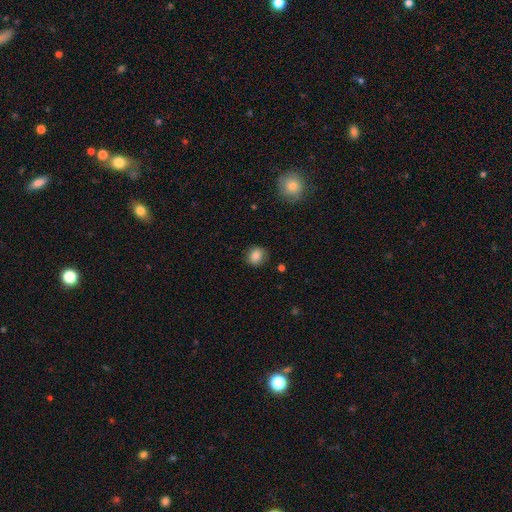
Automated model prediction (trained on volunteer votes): Smooth or featured: smooth — 83% (star or artifact — 10%)
How rounded: round — 79% (in between — 20%)
Merging: none — 85% (minor disturbance — 11%)